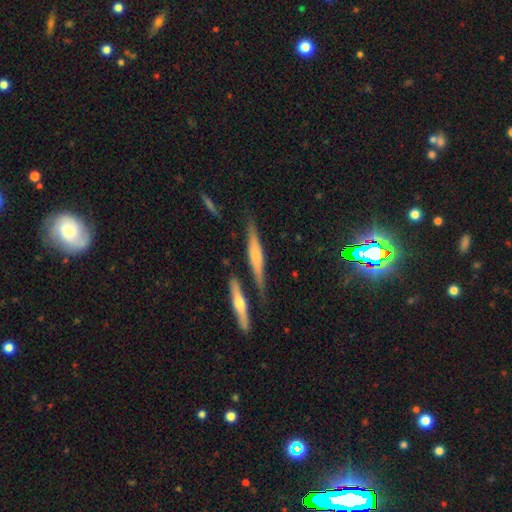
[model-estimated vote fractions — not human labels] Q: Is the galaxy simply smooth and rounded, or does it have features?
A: featured or disk — 60%.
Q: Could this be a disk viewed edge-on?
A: yes — 95%.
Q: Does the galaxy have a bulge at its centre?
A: rounded — 72%.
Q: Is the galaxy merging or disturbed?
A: none — 74%.